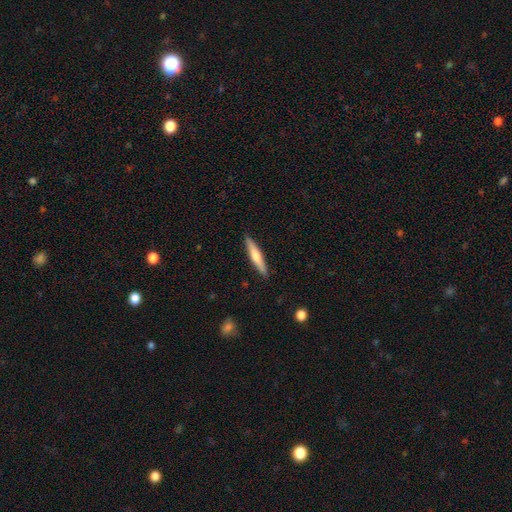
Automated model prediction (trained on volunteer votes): Smooth or featured?
  - smooth: 58% *
  - featured or disk: 37%
  - star or artifact: 5%
How rounded?
  - cigar-shaped: 91% *
  - in between: 8%
  - round: 1%
Merging?
  - none: 90% *
  - minor disturbance: 7%
  - major disturbance: 1%
  - merger: 1%